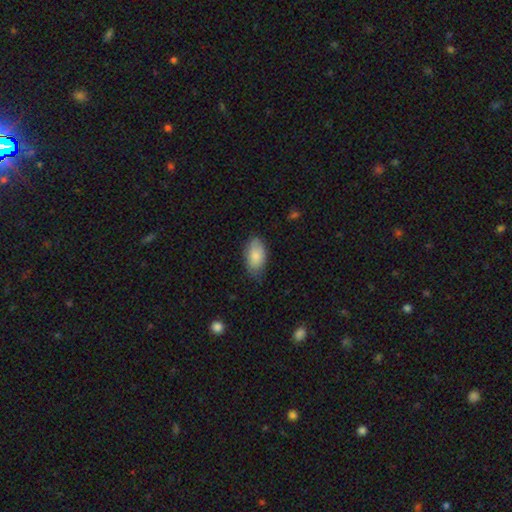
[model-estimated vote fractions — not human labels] Smooth or featured?
  - smooth: 83% *
  - featured or disk: 10%
  - star or artifact: 6%
How rounded?
  - in between: 94% *
  - round: 4%
  - cigar-shaped: 2%
Merging?
  - none: 71% *
  - minor disturbance: 24%
  - major disturbance: 4%
  - merger: 1%